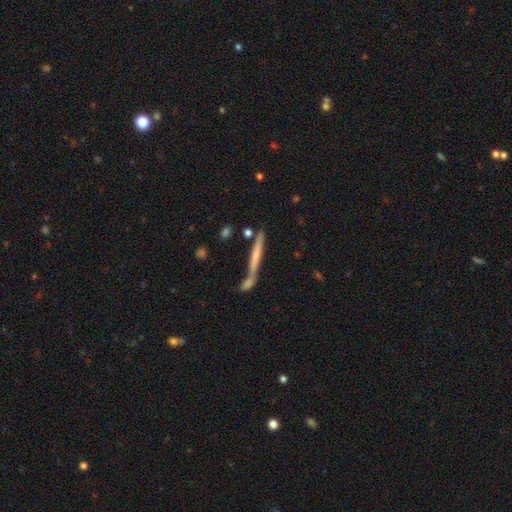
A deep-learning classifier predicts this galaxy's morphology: smooth 47%, featured or disk 46%, star or artifact 7%. Down the decision tree: merging — none (58%).